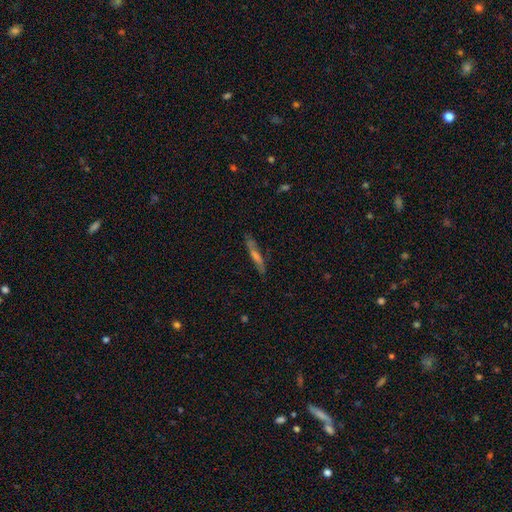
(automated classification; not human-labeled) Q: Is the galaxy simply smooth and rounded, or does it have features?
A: featured or disk — 48%.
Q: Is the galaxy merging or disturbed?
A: none — 82%.